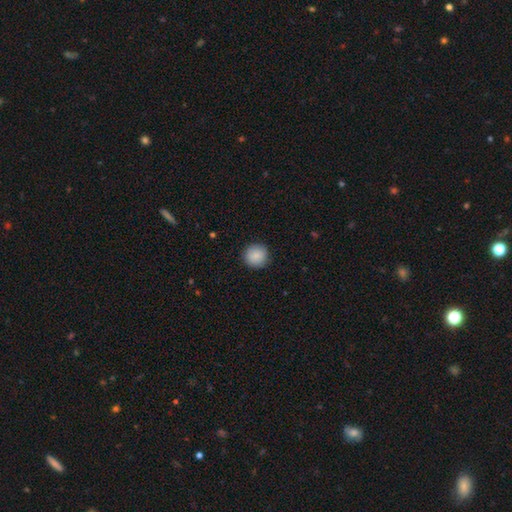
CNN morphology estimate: Smooth or featured? smooth (89%)
How rounded? round (94%)
Merging? none (91%)